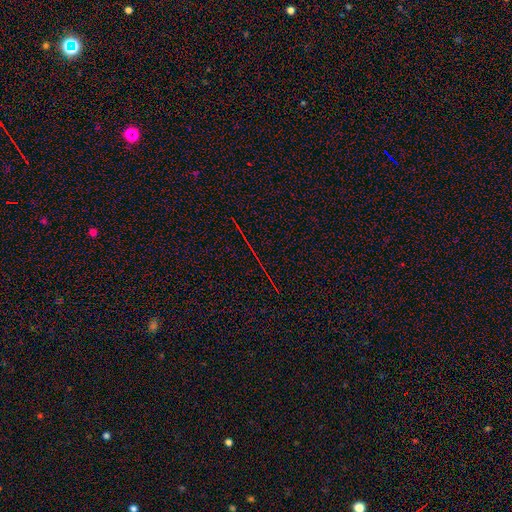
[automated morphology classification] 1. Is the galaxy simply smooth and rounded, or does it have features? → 79% star or artifact, 11% featured or disk, 10% smooth.